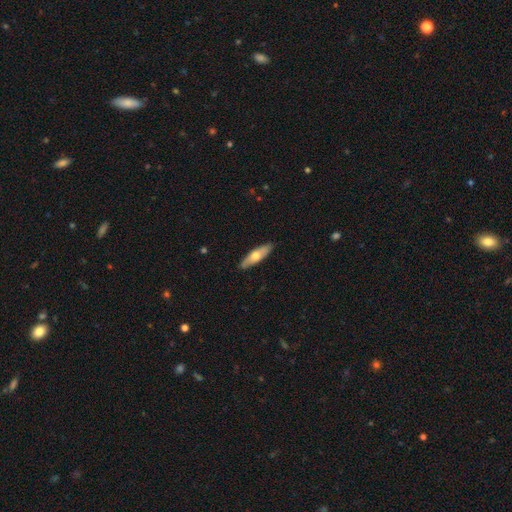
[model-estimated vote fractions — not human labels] smooth-or-featured: smooth: 58% | featured or disk: 37% | star or artifact: 5%
  how-rounded: cigar-shaped: 59% | in between: 39% | round: 2%
  merging: none: 89% | minor disturbance: 8% | major disturbance: 2% | merger: 1%